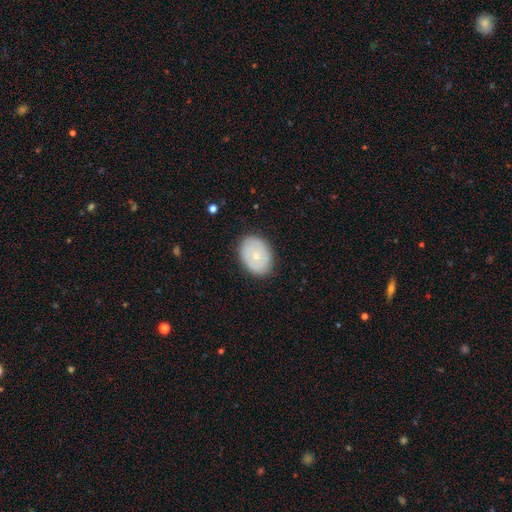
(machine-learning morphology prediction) smooth 67%, featured or disk 26%, star or artifact 7%. Down the decision tree: how rounded — in between (71%); merging — none (85%).